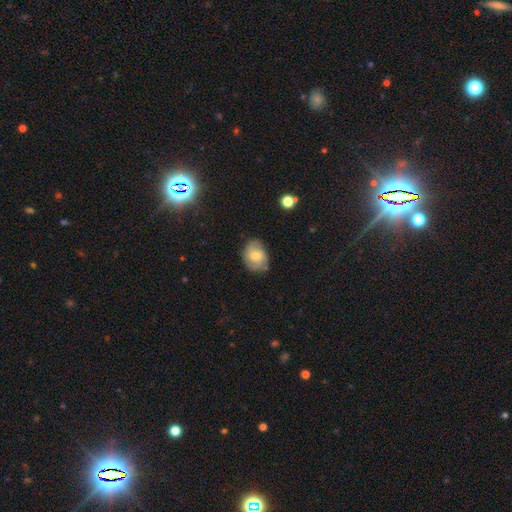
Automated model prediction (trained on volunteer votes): Smooth or featured?
  - smooth: 61% *
  - featured or disk: 31%
  - star or artifact: 8%
How rounded?
  - in between: 63% *
  - round: 36%
  - cigar-shaped: 1%
Merging?
  - none: 68% *
  - minor disturbance: 25%
  - major disturbance: 5%
  - merger: 2%